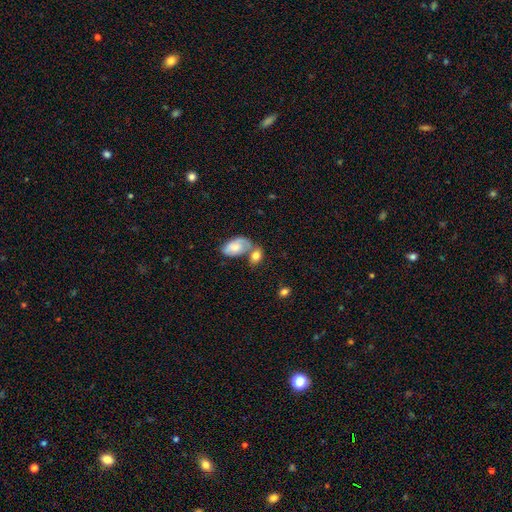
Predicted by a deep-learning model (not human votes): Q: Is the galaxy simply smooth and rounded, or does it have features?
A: smooth — 71%.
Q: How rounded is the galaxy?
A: in between — 75%.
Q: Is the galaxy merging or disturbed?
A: merger — 52%.